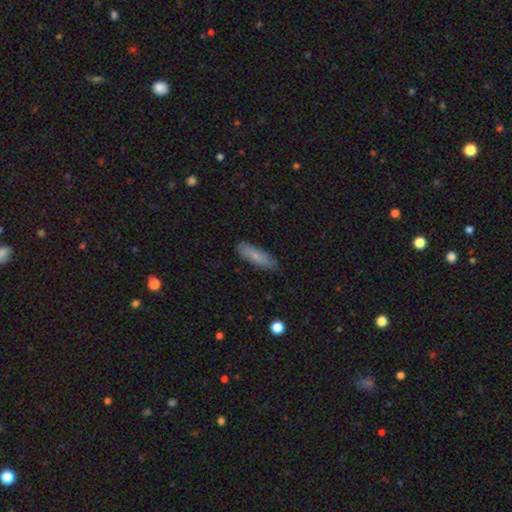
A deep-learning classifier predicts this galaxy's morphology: Overall: smooth (75%). How rounded: cigar-shaped (57%; in between 41%). Merging: none (82%).